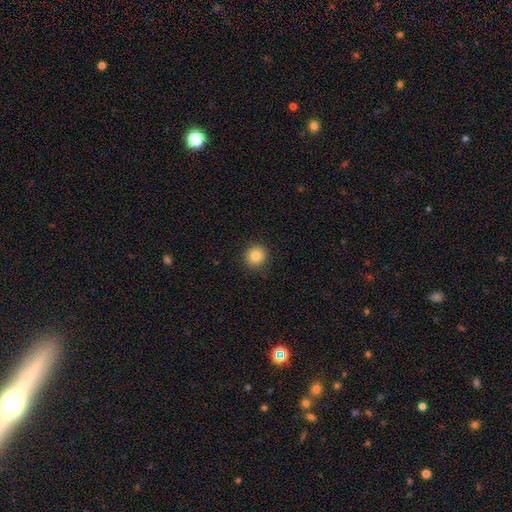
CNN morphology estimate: smooth_or_featured: smooth (p=0.84) [alt: star or artifact p=0.11]
how_rounded: round (p=0.93) [alt: in between p=0.06]
merging: none (p=0.91) [alt: minor disturbance p=0.06]